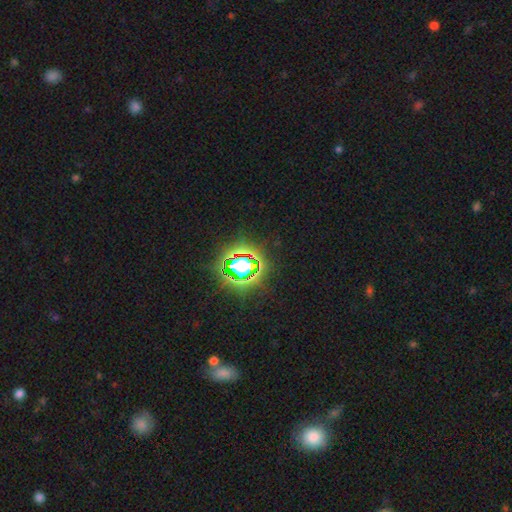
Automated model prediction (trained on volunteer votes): This appears to be a star or artifact, not a galaxy (79%).